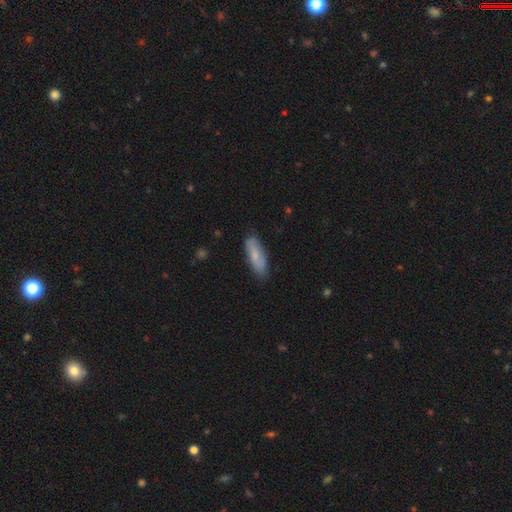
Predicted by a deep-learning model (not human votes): Smooth or featured? smooth (72%)
How rounded? in between (57%)
Merging? none (81%)